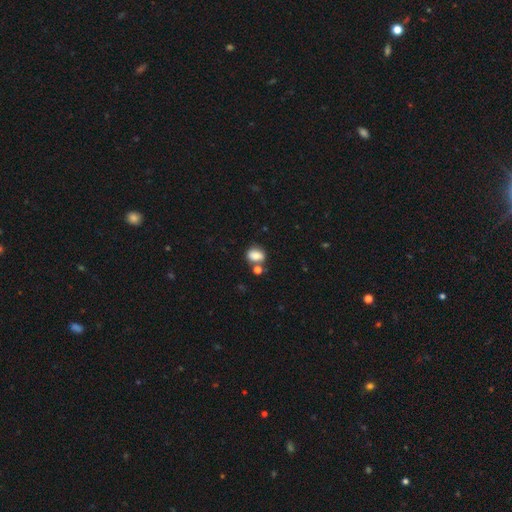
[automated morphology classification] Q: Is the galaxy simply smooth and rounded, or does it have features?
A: smooth — 80%.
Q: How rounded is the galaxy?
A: in between — 59%.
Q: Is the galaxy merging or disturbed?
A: none — 57%.